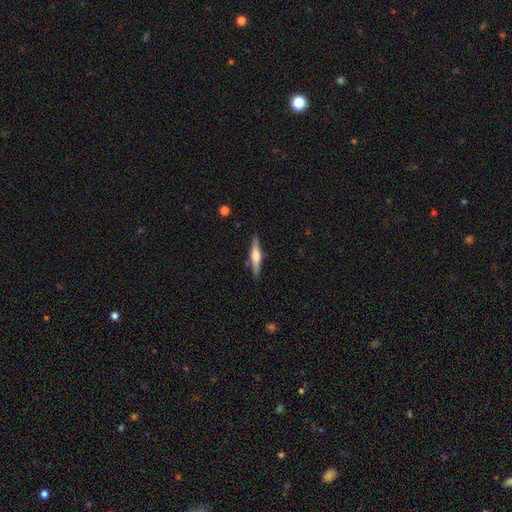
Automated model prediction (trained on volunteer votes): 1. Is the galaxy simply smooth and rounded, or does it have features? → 56% featured or disk, 38% smooth, 6% star or artifact.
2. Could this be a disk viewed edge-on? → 97% yes, 3% no.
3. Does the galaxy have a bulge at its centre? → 80% rounded, 14% boxy, 6% none.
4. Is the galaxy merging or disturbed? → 88% none, 9% minor disturbance, 2% major disturbance, 2% merger.